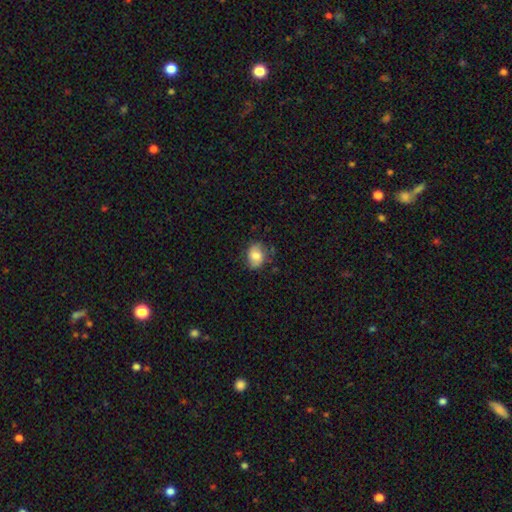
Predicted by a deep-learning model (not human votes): Smooth or featured?
  - smooth: 69% *
  - featured or disk: 23%
  - star or artifact: 8%
How rounded?
  - in between: 59% *
  - round: 40%
  - cigar-shaped: 1%
Merging?
  - none: 67% *
  - minor disturbance: 24%
  - major disturbance: 7%
  - merger: 2%